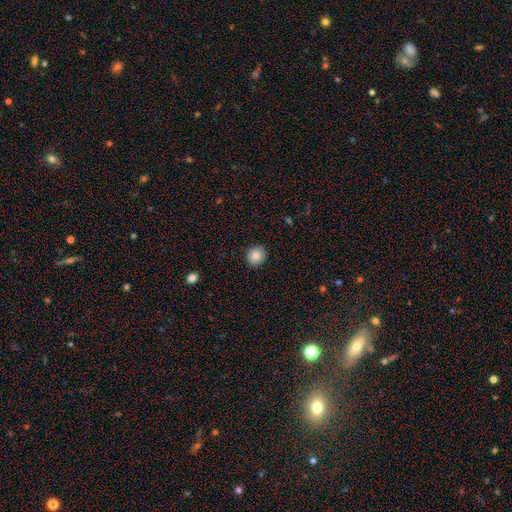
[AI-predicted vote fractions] Smooth or featured? smooth (85%)
How rounded? round (85%)
Merging? none (91%)